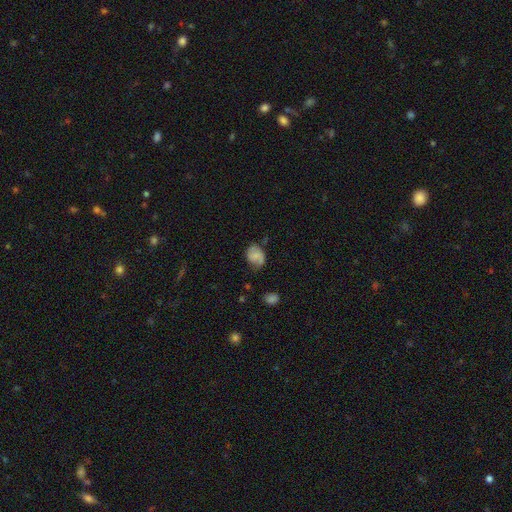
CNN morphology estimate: Smooth or featured?
  - smooth: 55% *
  - featured or disk: 36%
  - star or artifact: 9%
How rounded?
  - in between: 56% *
  - round: 43%
  - cigar-shaped: 1%
Merging?
  - none: 52% *
  - minor disturbance: 33%
  - major disturbance: 12%
  - merger: 3%